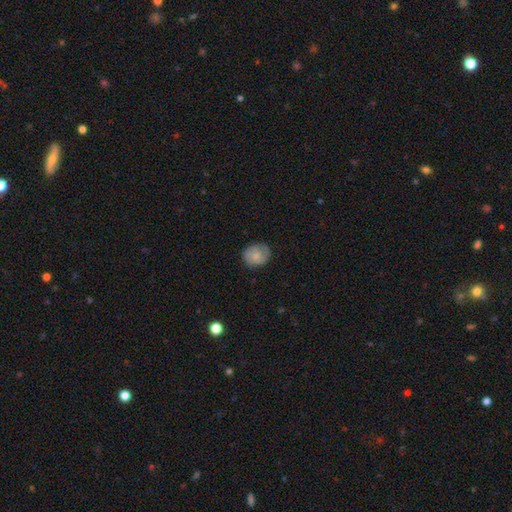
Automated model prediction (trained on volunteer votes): This is likely a smooth galaxy (75%). How rounded: likely round (75%). Merging: likely none (80%).